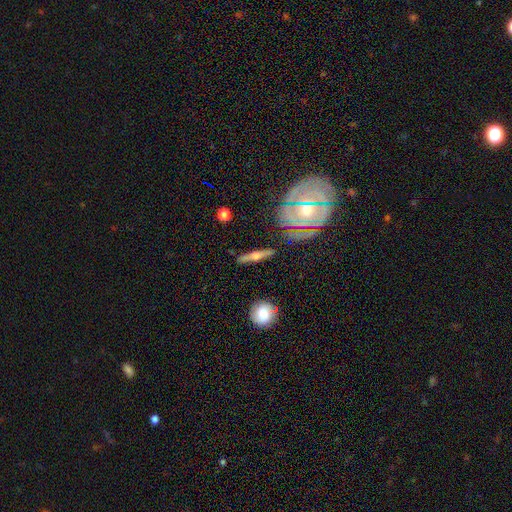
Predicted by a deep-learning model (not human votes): Q: Smooth or featured?
A: featured or disk (57%); runner-up: smooth (35%)
Q: Edge-on disk?
A: yes (90%); runner-up: no (10%)
Q: Edge-on bulge?
A: rounded (88%); runner-up: none (6%)
Q: Merging?
A: none (85%); runner-up: minor disturbance (10%)